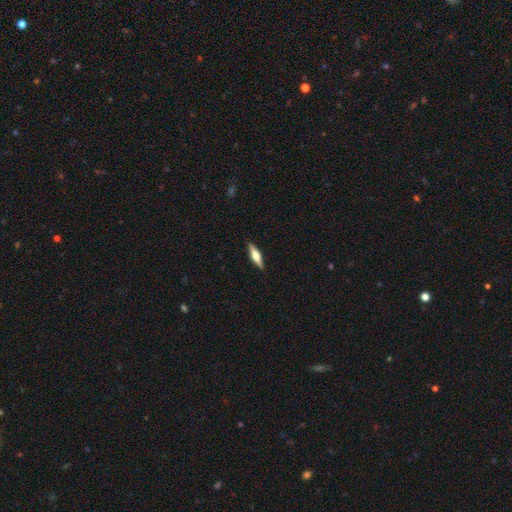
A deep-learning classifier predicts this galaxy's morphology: A featured or disk galaxy (51%) viewed edge-on (95%). Merging: none (90%).